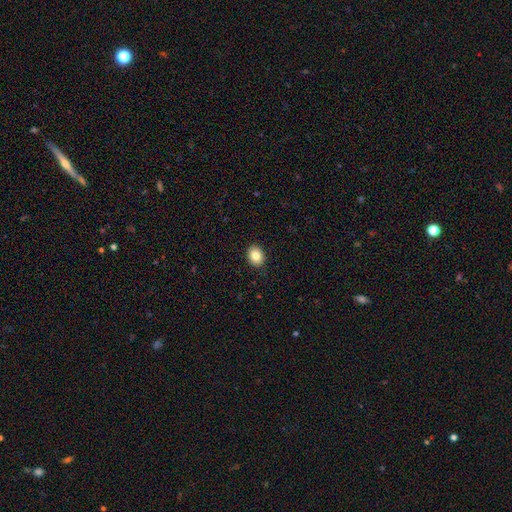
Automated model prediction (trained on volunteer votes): Smooth or featured? smooth (83%)
How rounded? in between (54%)
Merging? none (91%)